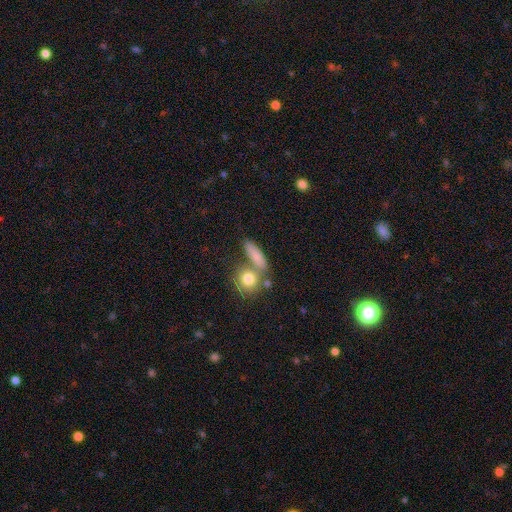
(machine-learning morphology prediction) A smooth galaxy with no disk features (78%) that is in between round and cigar-shaped (40%).

Vote fractions:
- Smooth or featured? smooth: 78% / featured or disk: 13% / star or artifact: 9%
- How rounded? in between: 40% / cigar-shaped: 39% / round: 21%
- Merging? none: 55% / merger: 26% / minor disturbance: 13% / major disturbance: 6%